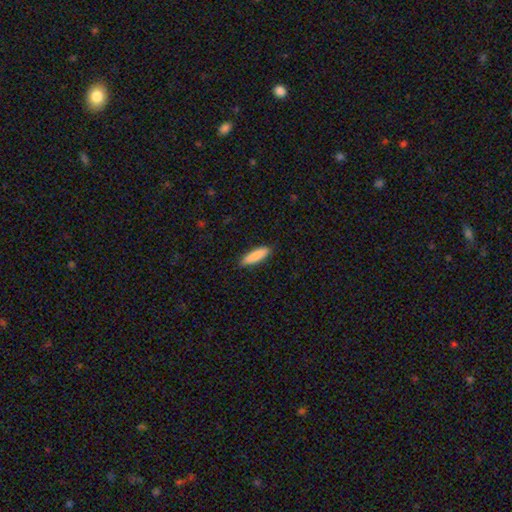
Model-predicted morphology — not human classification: smooth_or_featured: smooth (p=0.87) [alt: featured or disk p=0.07]
how_rounded: cigar-shaped (p=0.57) [alt: in between p=0.41]
merging: none (p=0.87) [alt: minor disturbance p=0.10]